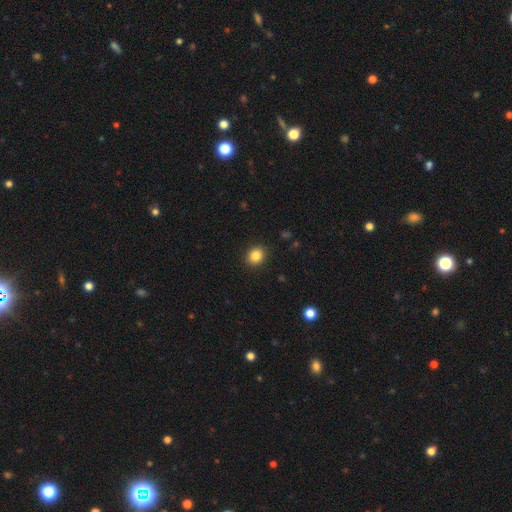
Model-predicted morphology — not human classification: smooth 85%, star or artifact 10%, featured or disk 4%. Down the decision tree: how rounded — round (74%); merging — none (91%).